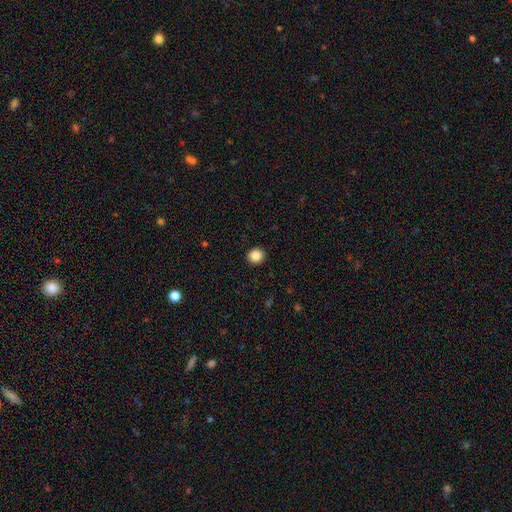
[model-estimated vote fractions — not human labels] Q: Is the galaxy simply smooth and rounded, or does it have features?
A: smooth — 86%.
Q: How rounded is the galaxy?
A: round — 87%.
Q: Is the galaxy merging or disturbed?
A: none — 93%.